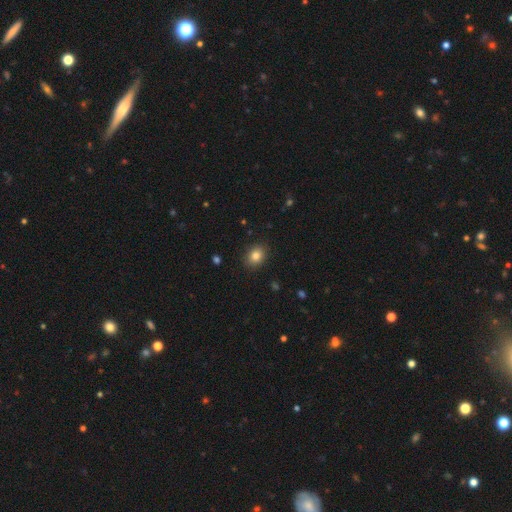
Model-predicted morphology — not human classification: Smooth or featured? smooth (83%)
How rounded? in between (51%)
Merging? none (88%)